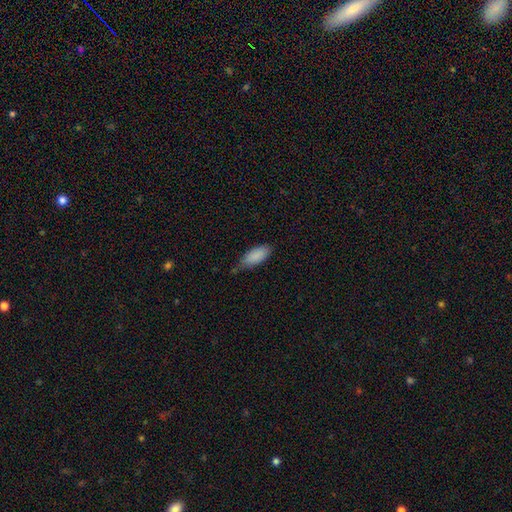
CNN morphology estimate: smooth_or_featured: smooth (p=0.88) [alt: star or artifact p=0.06]
how_rounded: in between (p=0.84) [alt: cigar-shaped p=0.15]
merging: none (p=0.57) [alt: minor disturbance p=0.34]